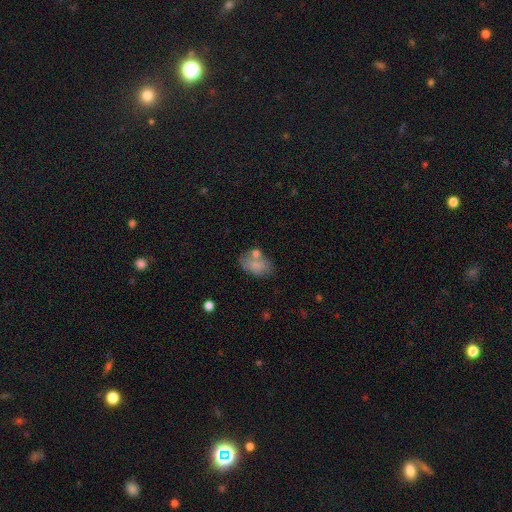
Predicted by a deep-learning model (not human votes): Q: Smooth or featured?
A: smooth (67%); runner-up: featured or disk (21%)
Q: How rounded?
A: in between (85%); runner-up: round (13%)
Q: Merging?
A: none (52%); runner-up: minor disturbance (20%)